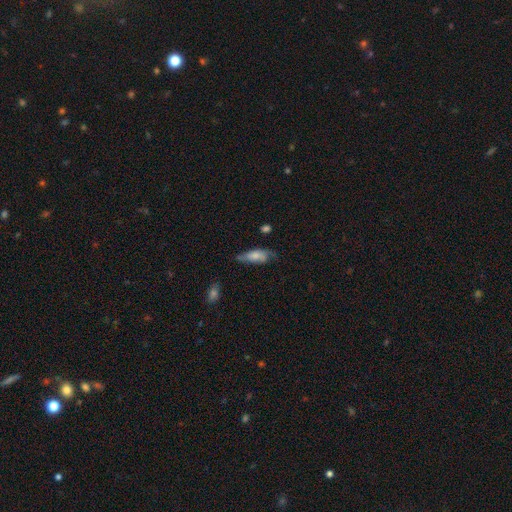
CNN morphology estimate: A smooth galaxy with no disk features (64%) that is in between round and cigar-shaped (66%). Merging: none (53%).